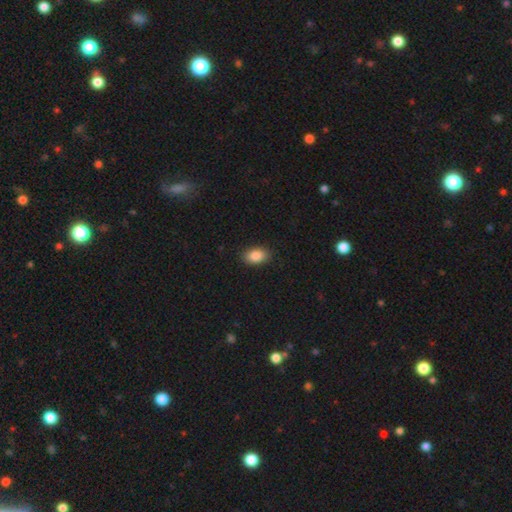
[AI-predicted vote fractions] This appears to be a smooth galaxy with no disk features (87%) that is in between round and cigar-shaped (90%). Merging: none (89%).